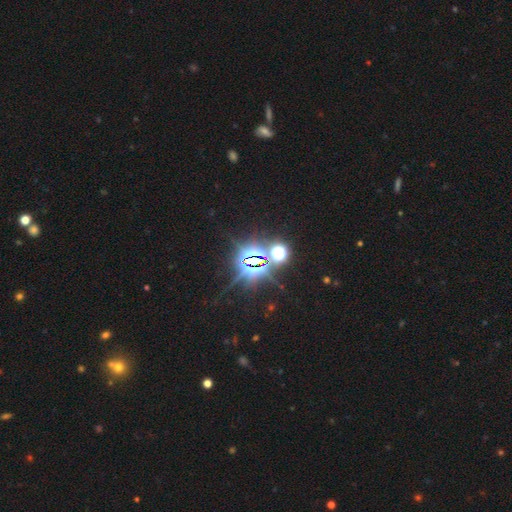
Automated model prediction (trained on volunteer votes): smooth-or-featured: star or artifact: 82% | smooth: 11% | featured or disk: 7%